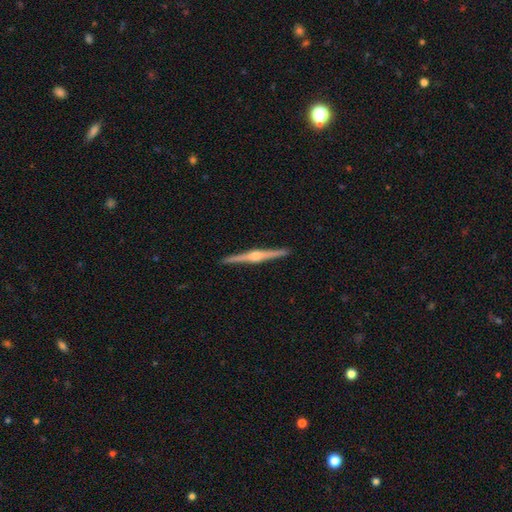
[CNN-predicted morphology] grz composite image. It shows a featured or disk galaxy (84%) viewed edge-on (98%) with a rounded central bulge (88%). Merging: none (93%).